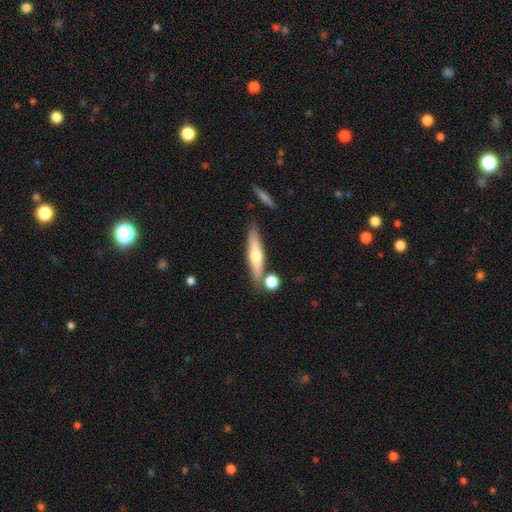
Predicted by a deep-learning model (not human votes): Smooth or featured?
  - smooth: 47% * (tied)
  - featured or disk: 47% * (tied)
  - star or artifact: 6%
Merging?
  - none: 78% *
  - minor disturbance: 11%
  - merger: 9%
  - major disturbance: 3%